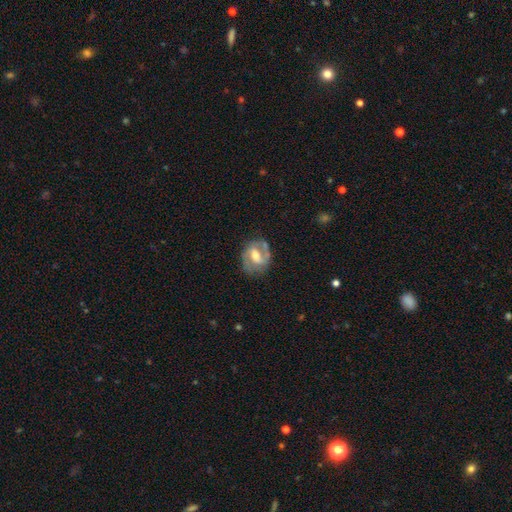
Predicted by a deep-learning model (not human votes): Overall: featured or disk (78%). Edge-on disk: no (97%). Bar: weak (48%; strong 33%). Spiral arms: yes (88%). Spiral arm count: 2 (84%). Spiral winding: medium (52%; tight 31%). Bulge size: moderate (63%). Merging: none (71%).